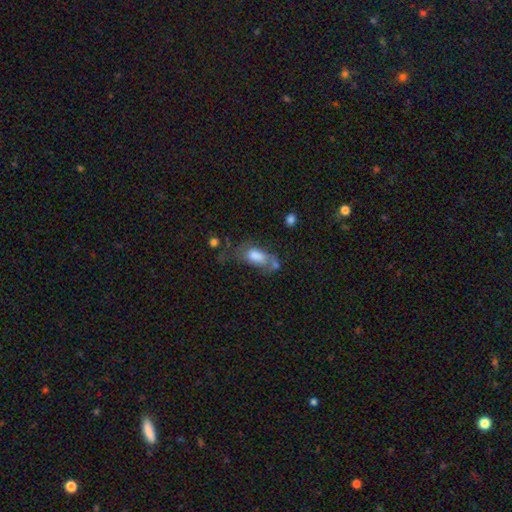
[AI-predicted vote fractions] A smooth galaxy with no disk features (70%) that is in between round and cigar-shaped (87%). Merging: major disturbance (30%).